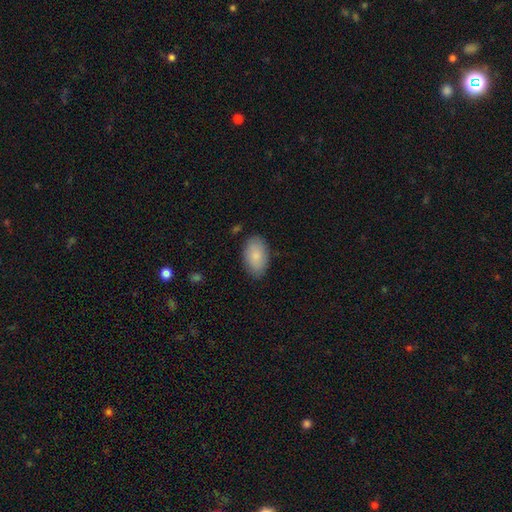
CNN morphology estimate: Smooth or featured? Predicted: smooth (p=0.85). How rounded? Predicted: in between (p=0.93). Merging? Predicted: none (p=0.84).